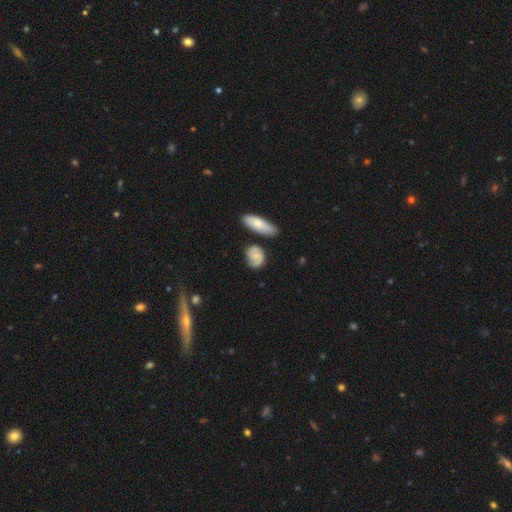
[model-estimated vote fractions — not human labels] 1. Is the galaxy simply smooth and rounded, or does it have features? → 51% featured or disk, 42% smooth, 7% star or artifact.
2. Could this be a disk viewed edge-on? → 94% no, 6% yes.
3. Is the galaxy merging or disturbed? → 67% none, 20% minor disturbance, 6% merger, 6% major disturbance.